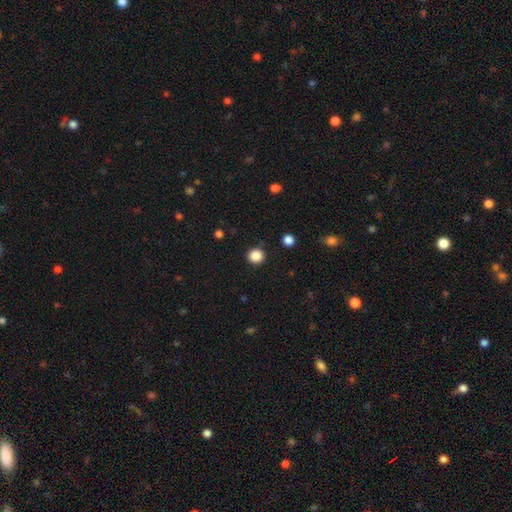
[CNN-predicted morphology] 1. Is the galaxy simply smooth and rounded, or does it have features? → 86% smooth, 11% star or artifact, 3% featured or disk.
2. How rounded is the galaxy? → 91% round, 8% in between, 1% cigar-shaped.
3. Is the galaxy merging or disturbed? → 91% none, 6% minor disturbance, 2% major disturbance, 1% merger.